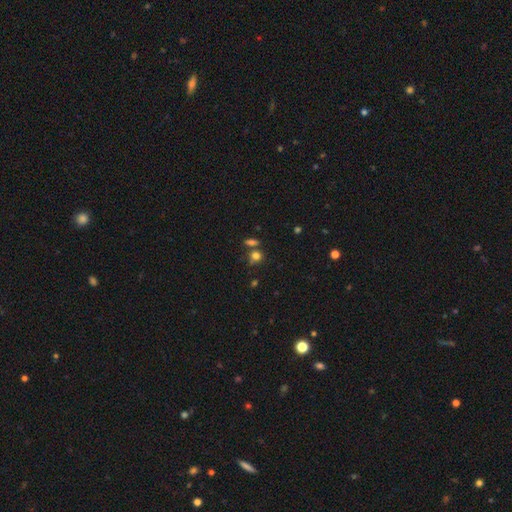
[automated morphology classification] The model was most divided on "merging": none: 62%, merger: 21%, minor disturbance: 12%, major disturbance: 5%. More confident: smooth or featured — smooth (76%); how rounded — round (69%).